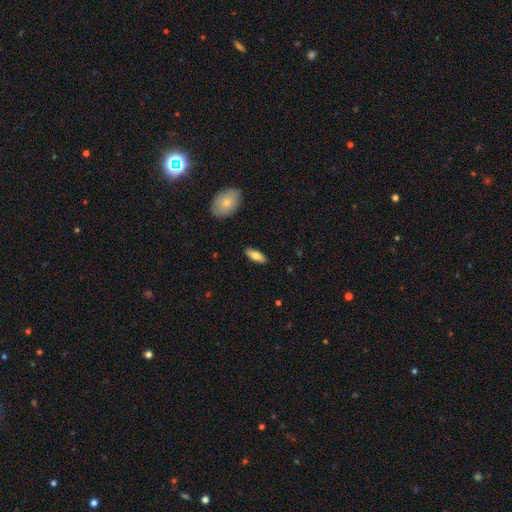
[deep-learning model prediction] This is likely a smooth galaxy (71%). How rounded: likely in between (71%). Merging: clearly none (88%).